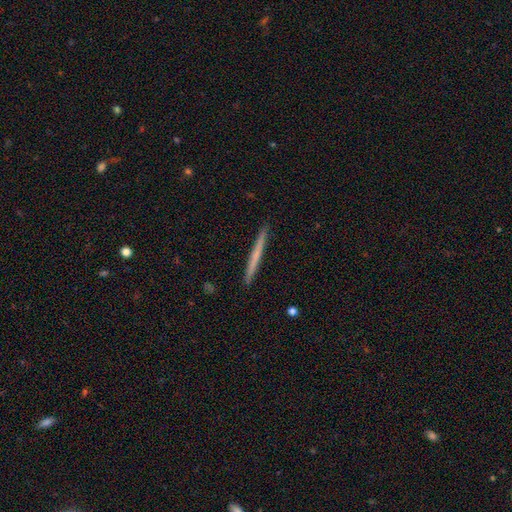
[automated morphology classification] smooth-or-featured: smooth: 54% | featured or disk: 41% | star or artifact: 5%
  how-rounded: cigar-shaped: 97% | in between: 1% | round: 1%
  merging: none: 93% | minor disturbance: 5% | major disturbance: 1% | merger: 1%